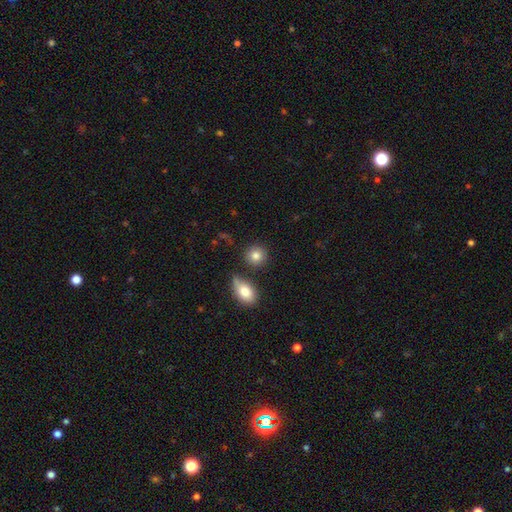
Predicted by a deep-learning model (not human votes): A smooth galaxy with no disk features (83%) that is round (84%). Merging: none (78%).